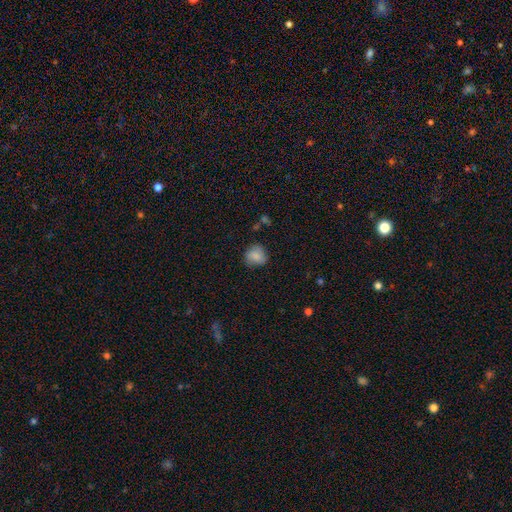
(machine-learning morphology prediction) smooth_or_featured: smooth (p=0.79) [alt: featured or disk p=0.13]
how_rounded: round (p=0.79) [alt: in between p=0.20]
merging: none (p=0.71) [alt: minor disturbance p=0.21]